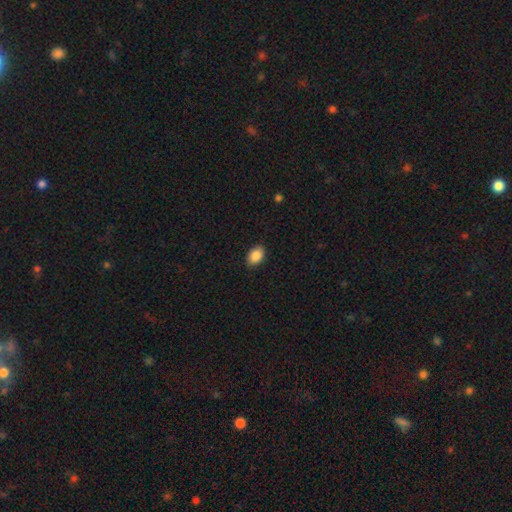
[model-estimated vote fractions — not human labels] A smooth galaxy with no disk features (89%) that is in between round and cigar-shaped (82%). Merging: none (89%).